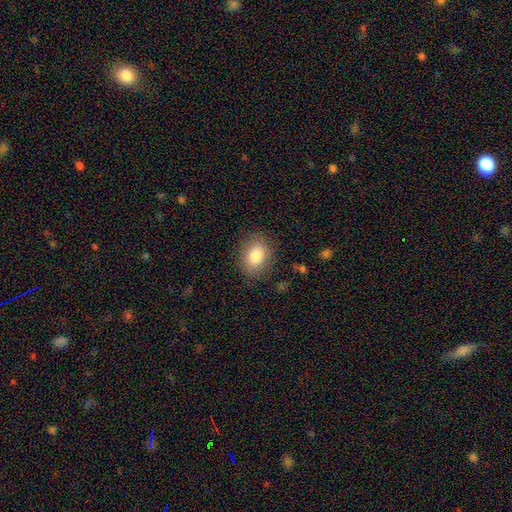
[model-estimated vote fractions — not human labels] A smooth galaxy with no disk features (84%) that is in between round and cigar-shaped (71%). Merging: none (83%).